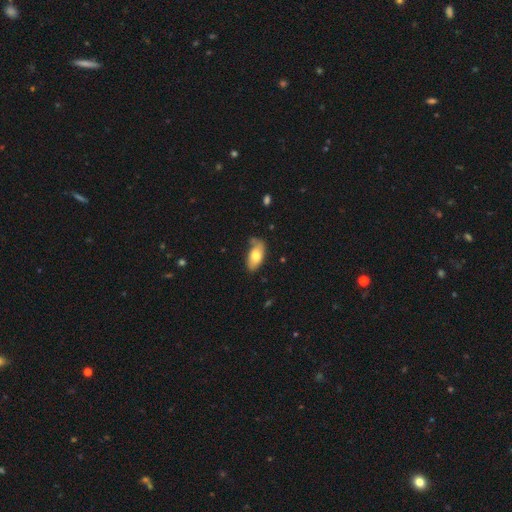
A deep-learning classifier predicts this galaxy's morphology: This is likely a smooth galaxy (74%). How rounded: clearly in between (91%). Merging: likely none (60%).